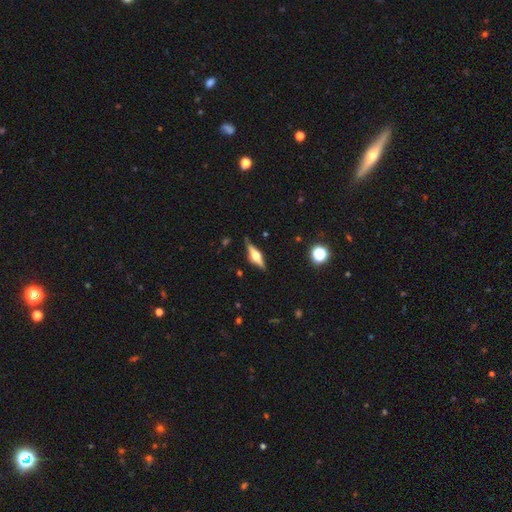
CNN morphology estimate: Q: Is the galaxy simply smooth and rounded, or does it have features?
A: featured or disk — 74%.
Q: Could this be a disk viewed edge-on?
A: yes — 97%.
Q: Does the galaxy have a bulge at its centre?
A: rounded — 92%.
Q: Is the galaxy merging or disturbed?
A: none — 85%.